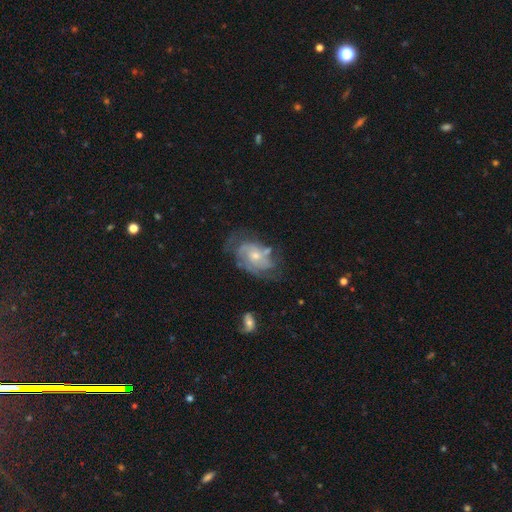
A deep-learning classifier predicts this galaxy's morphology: Smooth or featured? Predicted: featured or disk (p=0.77). Edge-on disk? Predicted: no (p=0.96). Bar? Predicted: no (p=0.75). Spiral arms? Predicted: yes (p=0.85). Spiral winding? Predicted: tight (p=0.51). Spiral arm count? Predicted: can't tell (p=0.43). Bulge size? Predicted: small (p=0.51). Merging? Predicted: none (p=0.54).